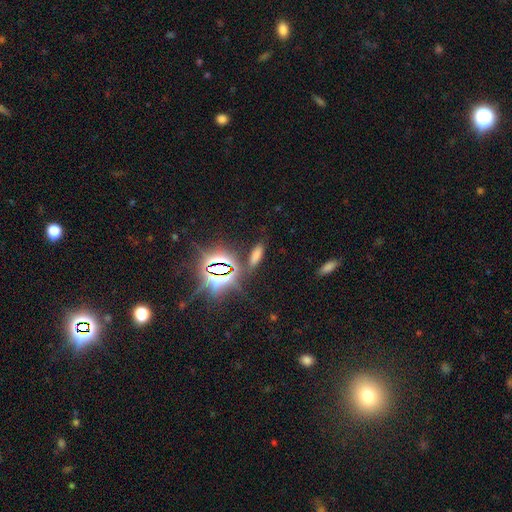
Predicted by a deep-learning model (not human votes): Morphology: type=smooth (59%); roundness=in between (54%); merging=none (81%).